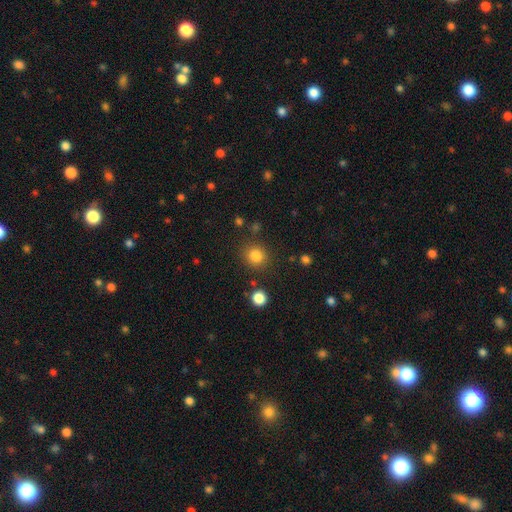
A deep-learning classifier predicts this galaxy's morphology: A smooth galaxy with no disk features (84%) that is round (88%).

Vote fractions:
- Smooth or featured? smooth: 84% / star or artifact: 12% / featured or disk: 4%
- How rounded? round: 88% / in between: 12% / cigar-shaped: 1%
- Merging? none: 85% / minor disturbance: 8% / merger: 4% / major disturbance: 3%